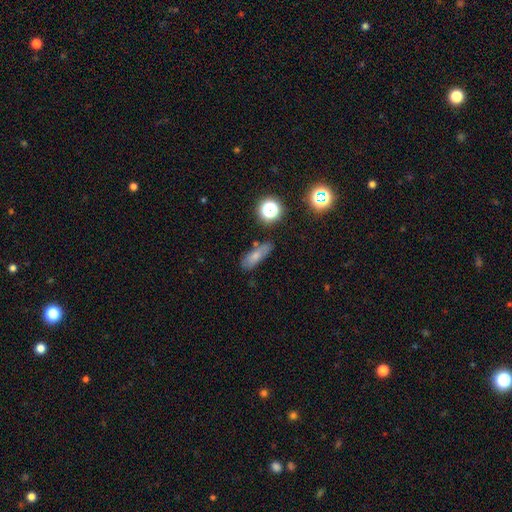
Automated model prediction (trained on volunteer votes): This is likely a smooth galaxy (70%). How rounded: possibly in between (53%). Merging: likely none (66%).